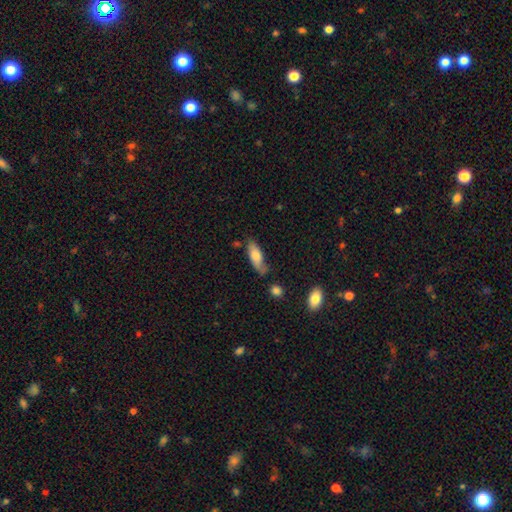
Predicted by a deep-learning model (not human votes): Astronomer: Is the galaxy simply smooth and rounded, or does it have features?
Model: smooth — 72%.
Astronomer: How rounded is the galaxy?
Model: in between — 67%.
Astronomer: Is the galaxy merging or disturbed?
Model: none — 56%.